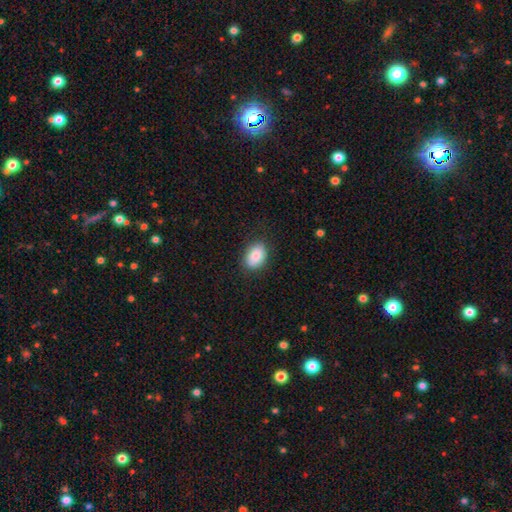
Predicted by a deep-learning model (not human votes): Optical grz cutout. It shows a smooth galaxy with no disk features (84%) that is in between round and cigar-shaped (81%). Merging: none (83%).